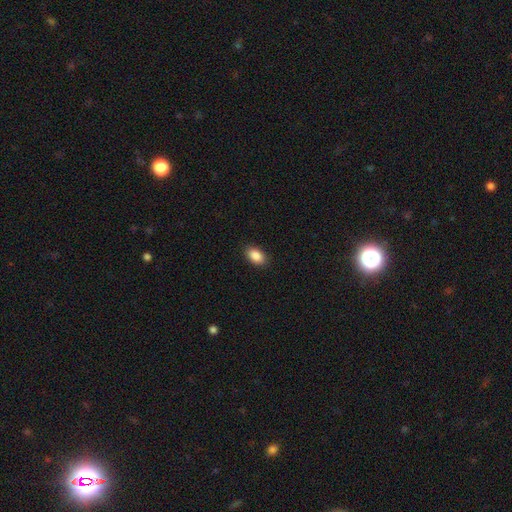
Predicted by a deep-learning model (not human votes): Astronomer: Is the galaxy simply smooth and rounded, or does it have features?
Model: smooth — 89%.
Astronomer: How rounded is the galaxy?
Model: in between — 91%.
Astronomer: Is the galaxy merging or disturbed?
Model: none — 89%.